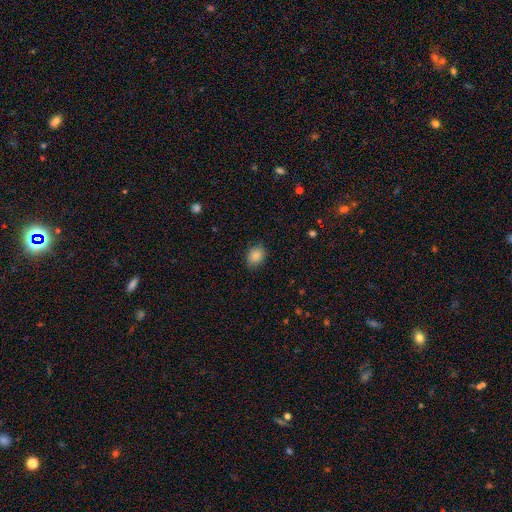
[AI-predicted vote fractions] Morphology: type=smooth (86%); roundness=in between (58%); merging=none (82%).